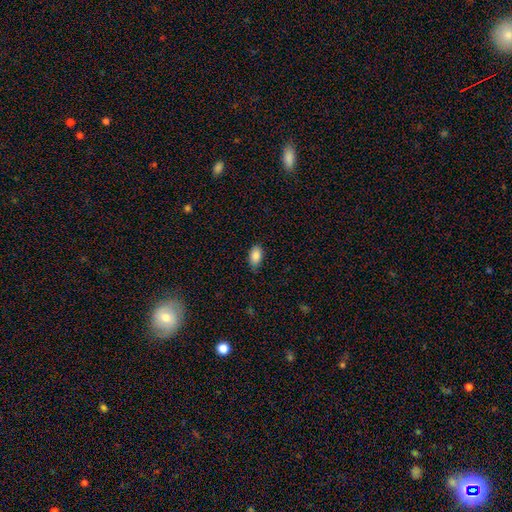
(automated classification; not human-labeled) smooth_or_featured: smooth (p=0.87) [alt: star or artifact p=0.07]
how_rounded: in between (p=0.92) [alt: round p=0.05]
merging: none (p=0.77) [alt: minor disturbance p=0.19]